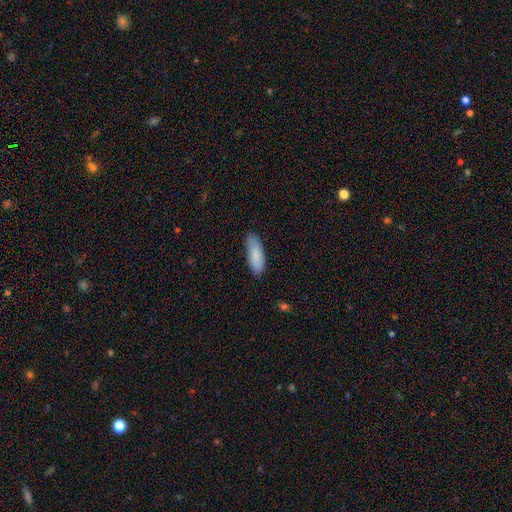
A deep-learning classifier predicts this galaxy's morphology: smooth 87%, featured or disk 8%, star or artifact 6%. Down the decision tree: how rounded — in between (59%); merging — none (81%).